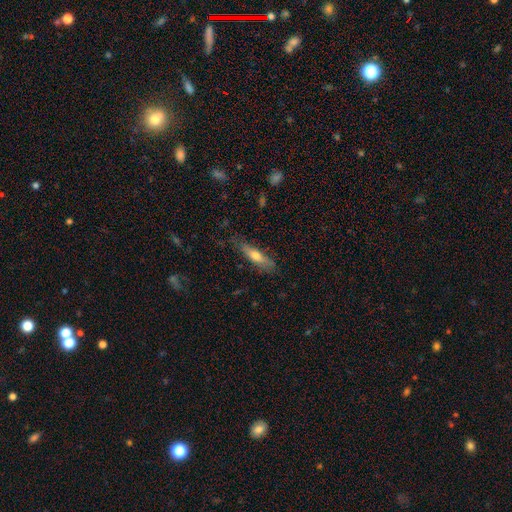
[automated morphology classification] The model was most divided on "smooth or featured": smooth: 58%, featured or disk: 36%, star or artifact: 7%. More confident: merging — none (75%); how rounded — cigar-shaped (72%).